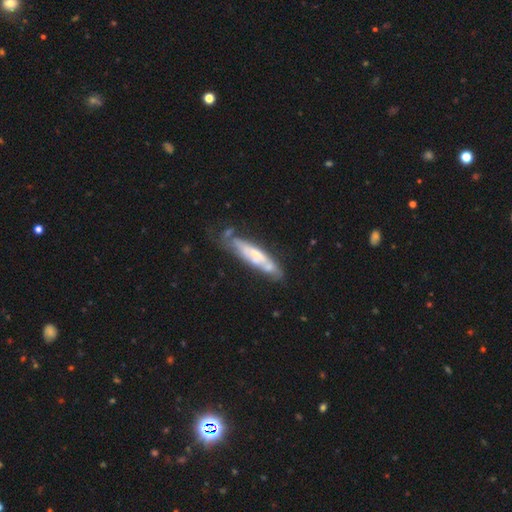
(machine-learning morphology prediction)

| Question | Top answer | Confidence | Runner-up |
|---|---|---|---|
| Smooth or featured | featured or disk | 61% | smooth (32%) |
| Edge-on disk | no | 55% | yes (45%) |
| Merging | none | 51% | minor disturbance (26%) |